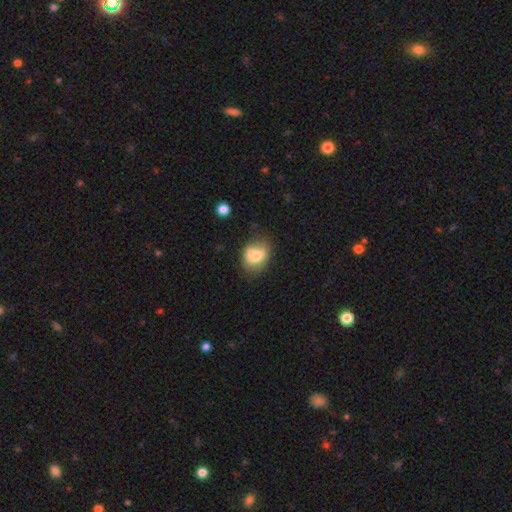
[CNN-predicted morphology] Overall: smooth (70%). How rounded: in between (57%; round 42%). Merging: none (45%; merger 27%).